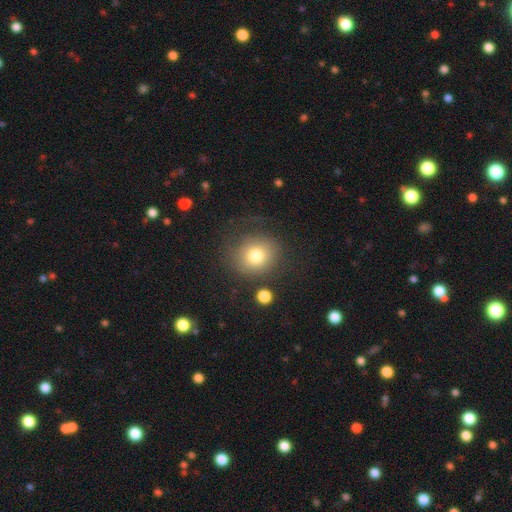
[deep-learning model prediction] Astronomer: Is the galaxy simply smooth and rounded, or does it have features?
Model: smooth — 77%.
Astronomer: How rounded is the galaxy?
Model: round — 84%.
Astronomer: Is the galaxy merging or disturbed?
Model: none — 70%.